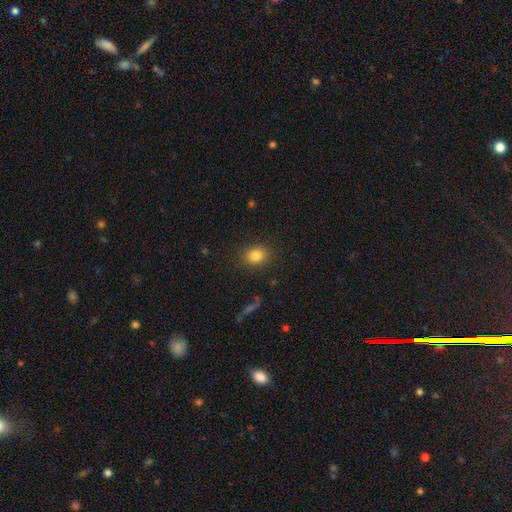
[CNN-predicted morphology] Smooth or featured?
  - smooth: 83% *
  - star or artifact: 11%
  - featured or disk: 7%
How rounded?
  - round: 53% *
  - in between: 46%
  - cigar-shaped: 1%
Merging?
  - none: 87% *
  - minor disturbance: 9%
  - major disturbance: 3%
  - merger: 1%